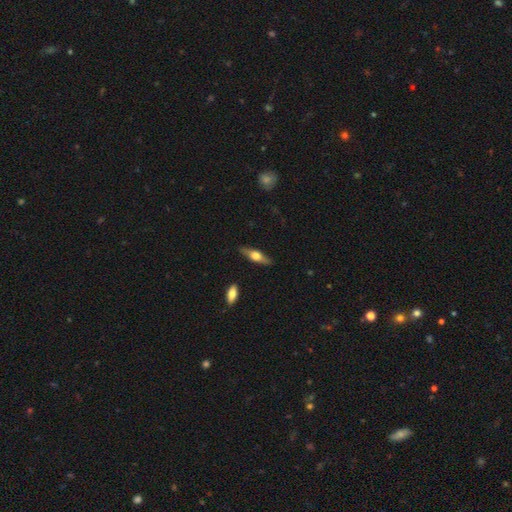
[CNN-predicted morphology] A featured or disk galaxy (56%) viewed edge-on (92%) with a rounded central bulge (92%).

Vote fractions:
- Smooth or featured? featured or disk: 56% / smooth: 38% / star or artifact: 6%
- Edge-on disk? yes: 92% / no: 8%
- Edge-on bulge? rounded: 92% / boxy: 6% / none: 2%
- Merging? none: 86% / minor disturbance: 10% / major disturbance: 2% / merger: 1%